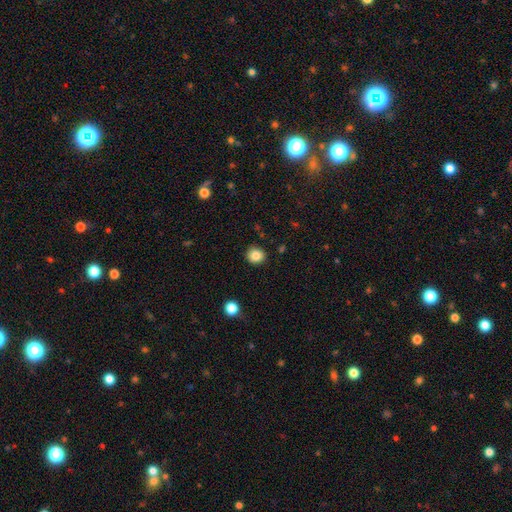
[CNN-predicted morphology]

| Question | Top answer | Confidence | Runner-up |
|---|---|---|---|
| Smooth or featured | smooth | 84% | star or artifact (10%) |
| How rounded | round | 85% | in between (14%) |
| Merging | none | 90% | minor disturbance (7%) |